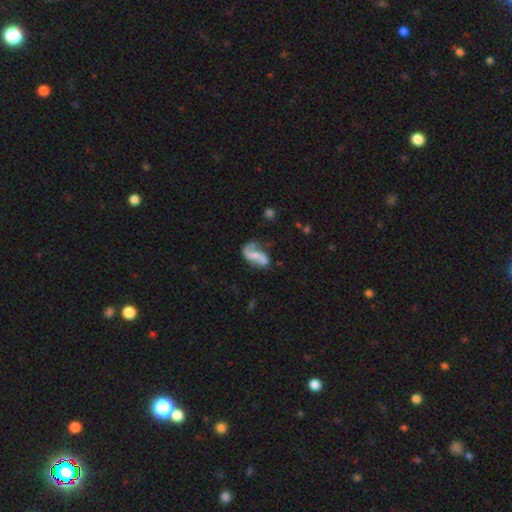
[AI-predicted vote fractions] smooth_or_featured: featured or disk (p=0.69) [alt: smooth p=0.23]
disk_edge_on: no (p=0.97) [alt: yes p=0.03]
bar: no (p=0.46) [alt: weak p=0.35]
has_spiral_arms: yes (p=0.85) [alt: no p=0.15]
spiral_winding: loose (p=0.68) [alt: medium p=0.25]
spiral_arm_count: 2 (p=0.85) [alt: 1 p=0.07]
bulge_size: none (p=0.48) [alt: small p=0.27]
merging: none (p=0.45) [alt: minor disturbance p=0.21]